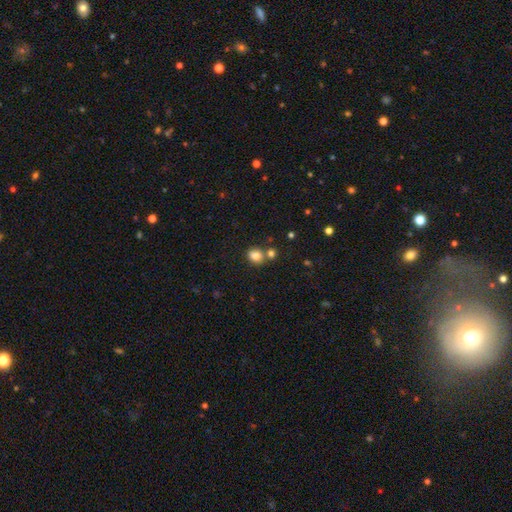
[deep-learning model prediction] smooth-or-featured: smooth: 83% | star or artifact: 11% | featured or disk: 6%
  how-rounded: round: 60% | in between: 39% | cigar-shaped: 1%
  merging: none: 65% | merger: 21% | minor disturbance: 10% | major disturbance: 3%